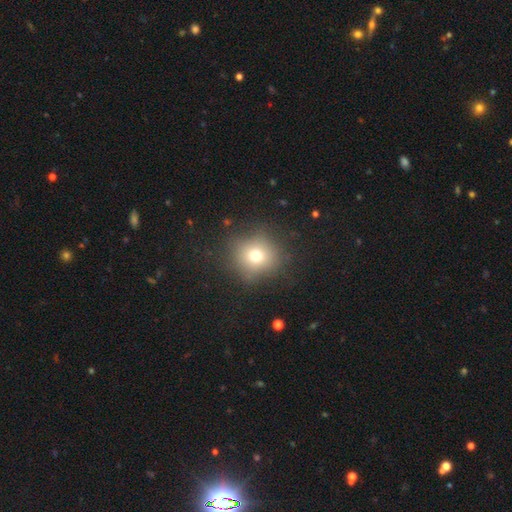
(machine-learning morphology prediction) smooth-or-featured: smooth: 70% | star or artifact: 17% | featured or disk: 13%
  how-rounded: round: 89% | in between: 10% | cigar-shaped: 1%
  merging: none: 81% | minor disturbance: 12% | major disturbance: 6% | merger: 1%